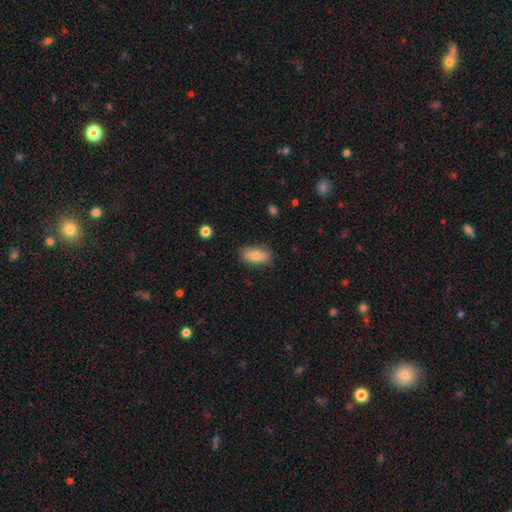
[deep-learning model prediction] smooth_or_featured: smooth (p=0.77) [alt: featured or disk p=0.16]
how_rounded: in between (p=0.87) [alt: cigar-shaped p=0.09]
merging: none (p=0.84) [alt: minor disturbance p=0.12]